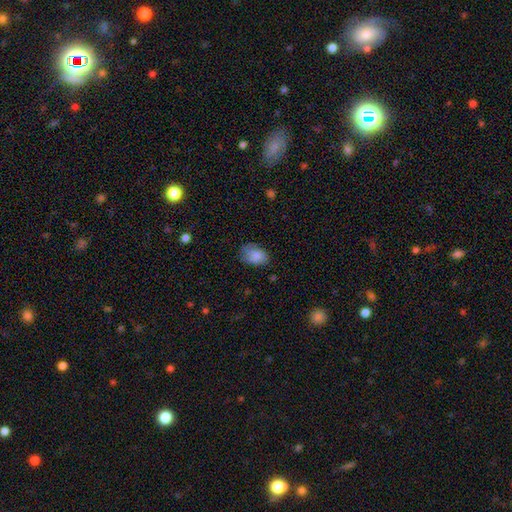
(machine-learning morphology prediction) A smooth galaxy with no disk features (82%) that is in between round and cigar-shaped (82%).

Vote fractions:
- Smooth or featured? smooth: 82% / featured or disk: 10% / star or artifact: 8%
- How rounded? in between: 82% / round: 16% / cigar-shaped: 1%
- Merging? none: 62% / minor disturbance: 28% / major disturbance: 8% / merger: 2%